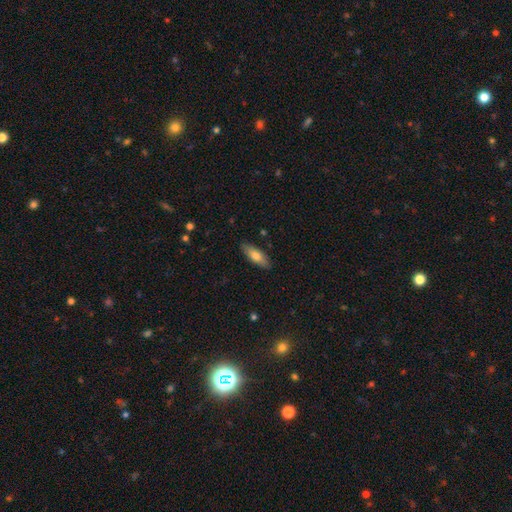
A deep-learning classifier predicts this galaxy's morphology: smooth 73%, featured or disk 21%, star or artifact 6%. Down the decision tree: how rounded — in between (61%); merging — none (88%).